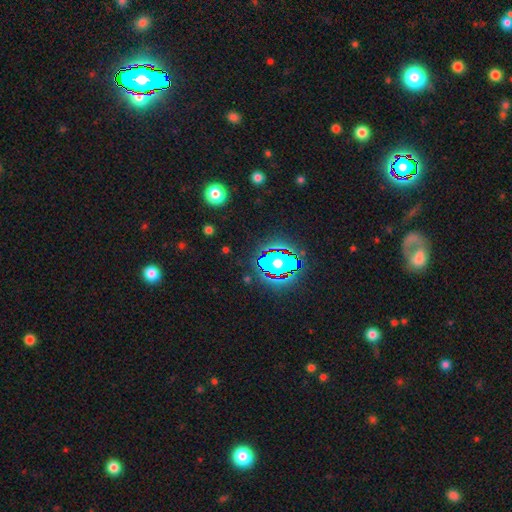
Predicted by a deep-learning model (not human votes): A star or artifact, not a galaxy (70%).